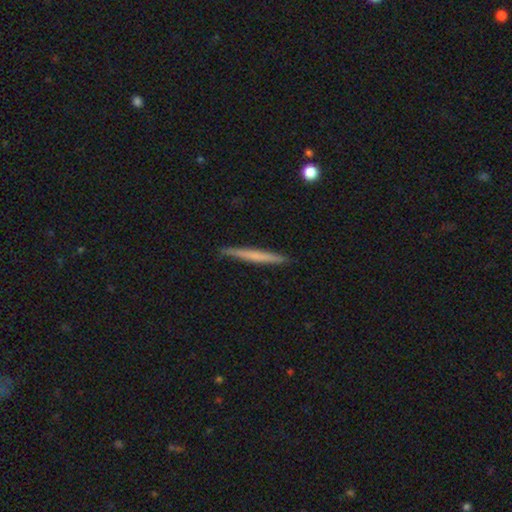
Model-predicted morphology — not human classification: Smooth or featured? smooth (53%)
How rounded? cigar-shaped (97%)
Merging? none (91%)